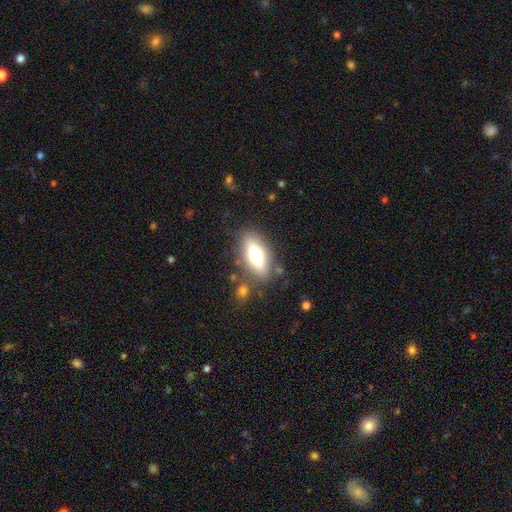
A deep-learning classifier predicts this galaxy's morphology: This is likely a smooth galaxy (61%). How rounded: likely in between (74%). Merging: likely none (78%).